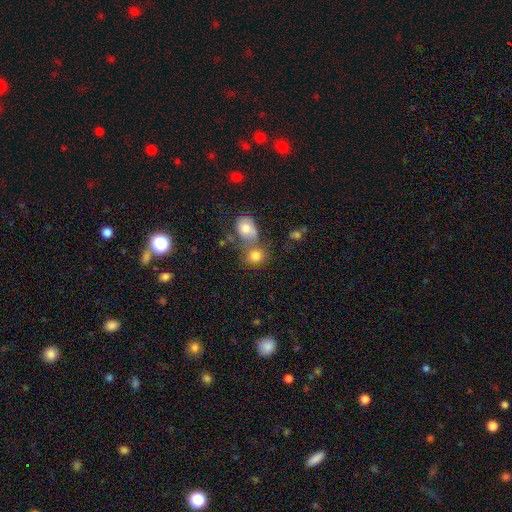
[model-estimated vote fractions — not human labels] Smooth or featured? smooth (79%)
How rounded? round (67%)
Merging? merger (44%)